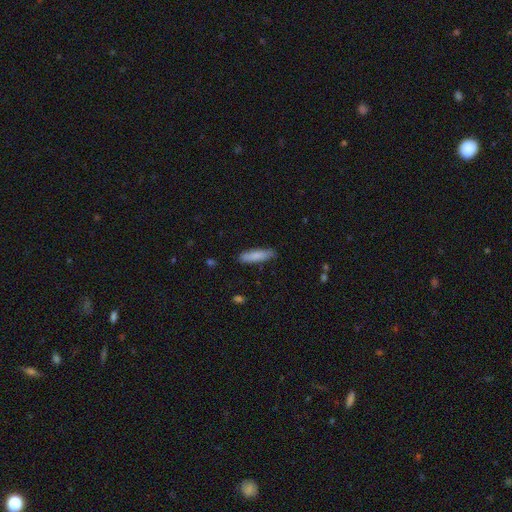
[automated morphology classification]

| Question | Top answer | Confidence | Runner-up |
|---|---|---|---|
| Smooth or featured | smooth | 83% | featured or disk (11%) |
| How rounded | cigar-shaped | 71% | in between (28%) |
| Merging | none | 83% | minor disturbance (13%) |